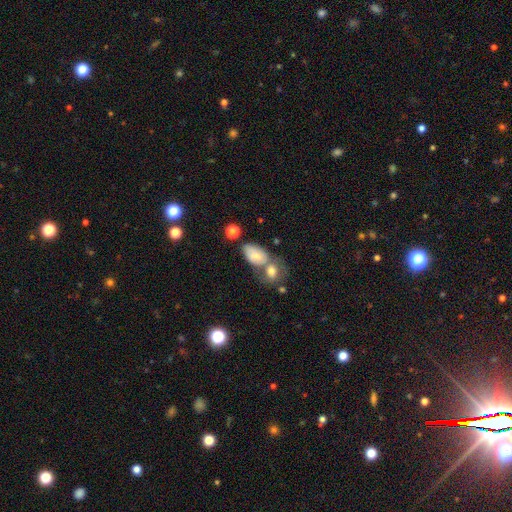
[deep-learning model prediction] A smooth galaxy with no disk features (73%) that is in between round and cigar-shaped (90%).

Vote fractions:
- Smooth or featured? smooth: 73% / featured or disk: 19% / star or artifact: 8%
- How rounded? in between: 90% / round: 8% / cigar-shaped: 2%
- Merging? merger: 45% / none: 33% / minor disturbance: 15% / major disturbance: 7%